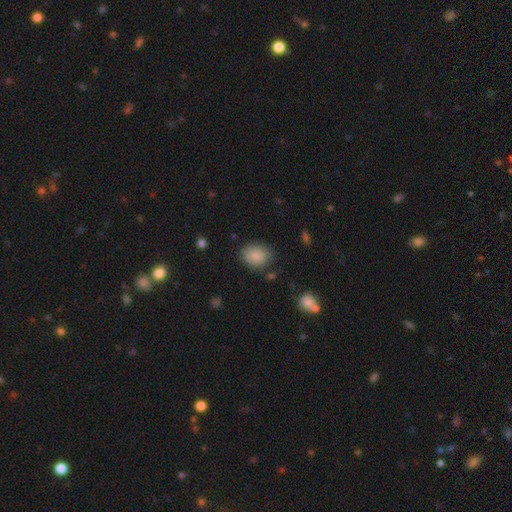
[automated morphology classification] Smooth or featured? smooth (86%)
How rounded? in between (55%)
Merging? none (78%)